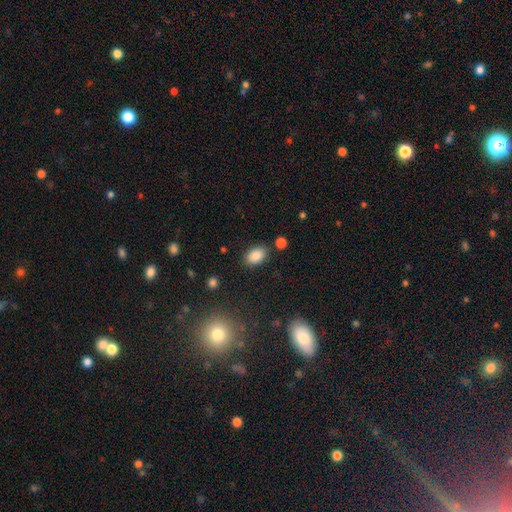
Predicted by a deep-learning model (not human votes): Overall: smooth (86%). How rounded: in between (90%). Merging: none (84%).